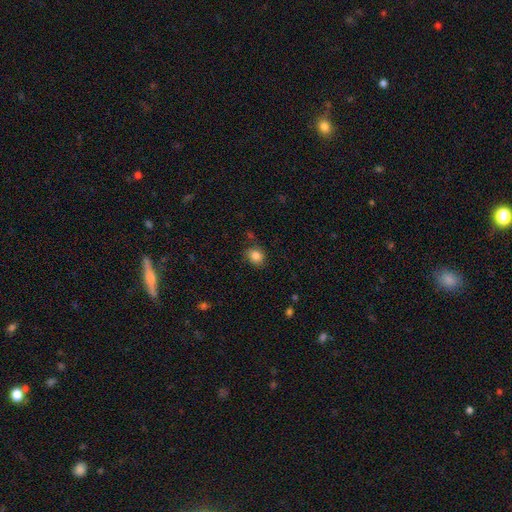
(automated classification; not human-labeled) This appears to be a smooth galaxy with no disk features (84%) that is round (69%). Merging: none (76%).